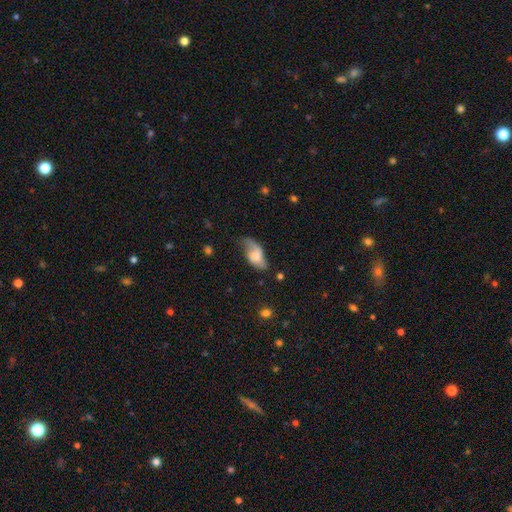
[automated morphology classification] type=smooth (52%); roundness=in between (90%); merging=none (42%).